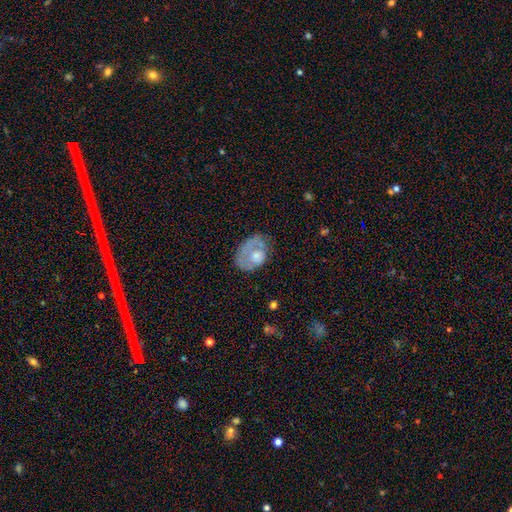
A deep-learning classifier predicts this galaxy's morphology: Smooth or featured? smooth (46%)
Merging? none (47%)